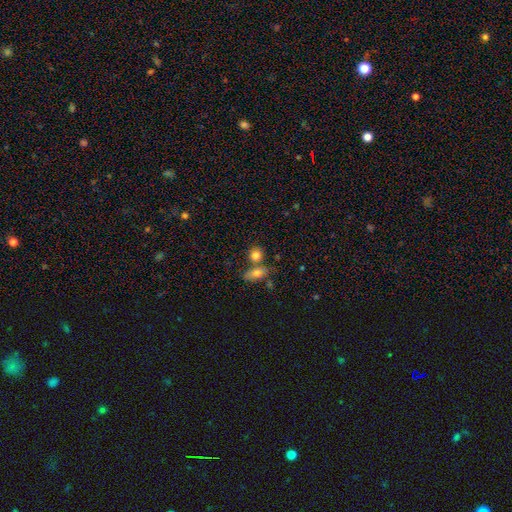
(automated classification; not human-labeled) Smooth or featured: smooth — 80% (featured or disk — 11%)
How rounded: round — 63% (in between — 32%)
Merging: none — 55% (merger — 31%)